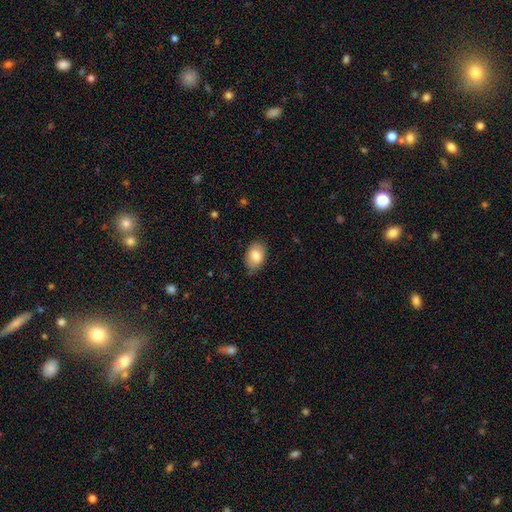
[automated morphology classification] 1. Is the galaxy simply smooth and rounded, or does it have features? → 82% smooth, 11% featured or disk, 7% star or artifact.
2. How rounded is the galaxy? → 88% in between, 11% round, 1% cigar-shaped.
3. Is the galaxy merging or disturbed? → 79% none, 17% minor disturbance, 3% major disturbance, 1% merger.